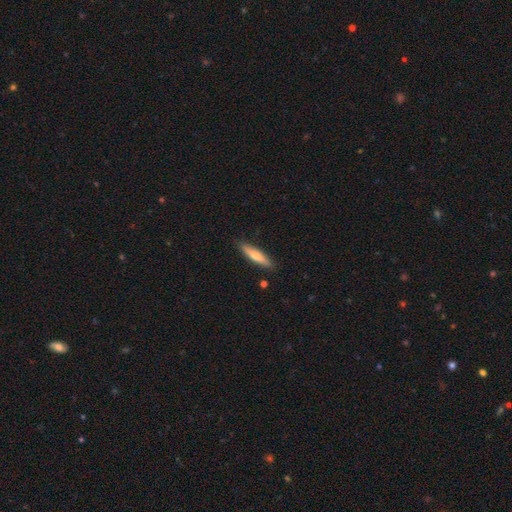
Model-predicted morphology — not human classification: smooth-or-featured: smooth: 64% | featured or disk: 31% | star or artifact: 6%
  how-rounded: cigar-shaped: 82% | in between: 17% | round: 2%
  merging: none: 88% | minor disturbance: 9% | major disturbance: 2% | merger: 2%